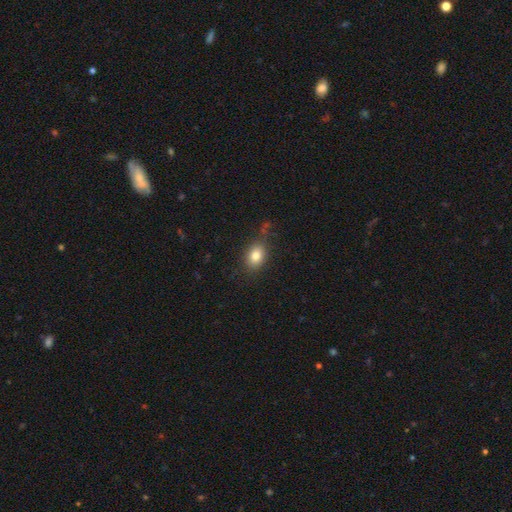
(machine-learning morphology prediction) A smooth galaxy with no disk features (82%) that is in between round and cigar-shaped (67%). Merging: none (75%).